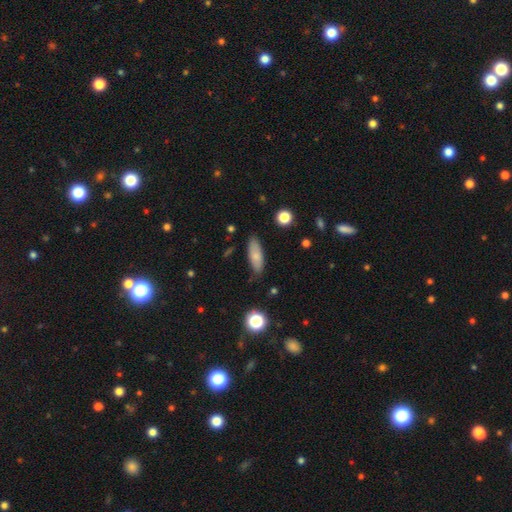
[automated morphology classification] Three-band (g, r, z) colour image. It shows a smooth galaxy with no disk features (76%) that is in between round and cigar-shaped (61%). Merging: none (83%).